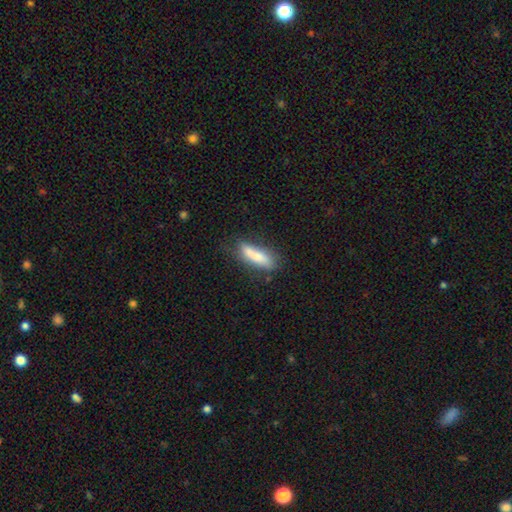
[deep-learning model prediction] Overall: smooth (77%). How rounded: cigar-shaped (62%; in between 36%). Merging: none (60%; minor disturbance 24%).